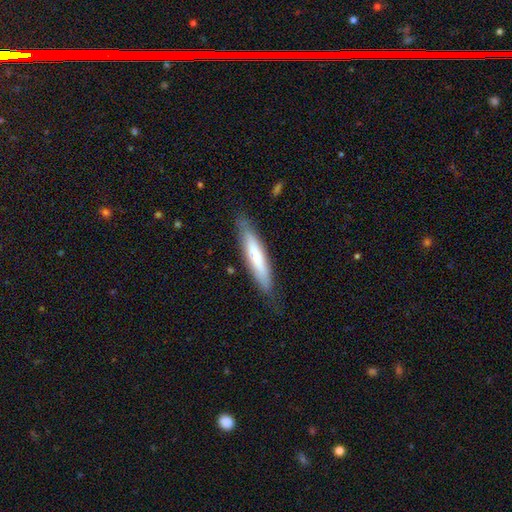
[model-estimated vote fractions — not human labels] smooth 65%, featured or disk 29%, star or artifact 6%. Down the decision tree: how rounded — cigar-shaped (88%); merging — none (80%).